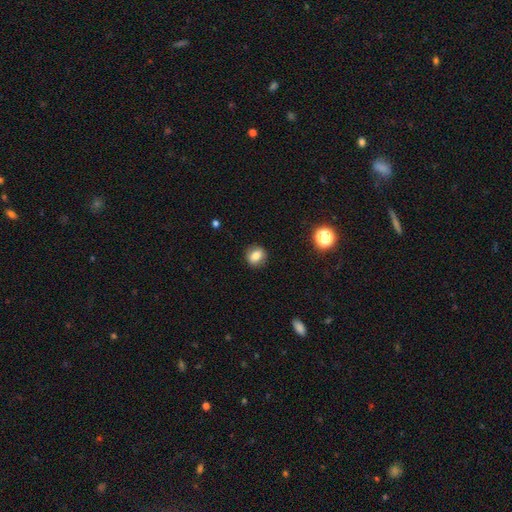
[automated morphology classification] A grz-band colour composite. It shows a smooth galaxy with no disk features (76%) that is round (66%). Merging: none (88%).